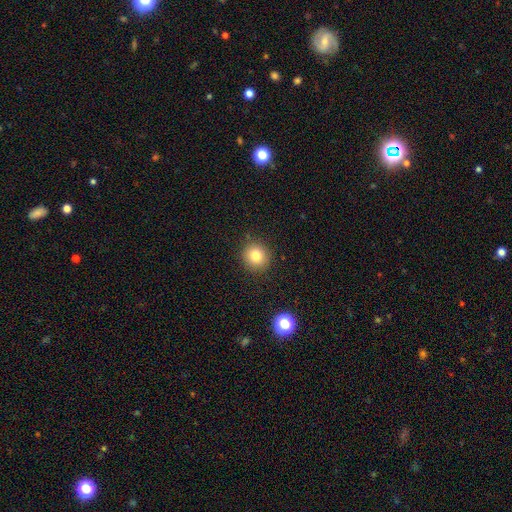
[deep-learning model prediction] Smooth or featured? Predicted: smooth (p=0.81). How rounded? Predicted: round (p=0.92). Merging? Predicted: none (p=0.89).